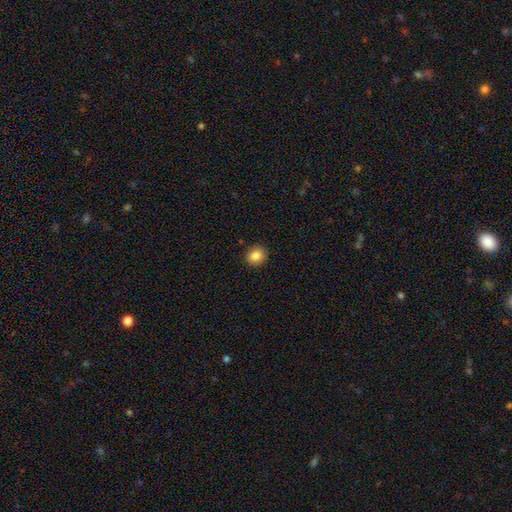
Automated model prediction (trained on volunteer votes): Overall: smooth (85%). How rounded: round (83%). Merging: none (91%).